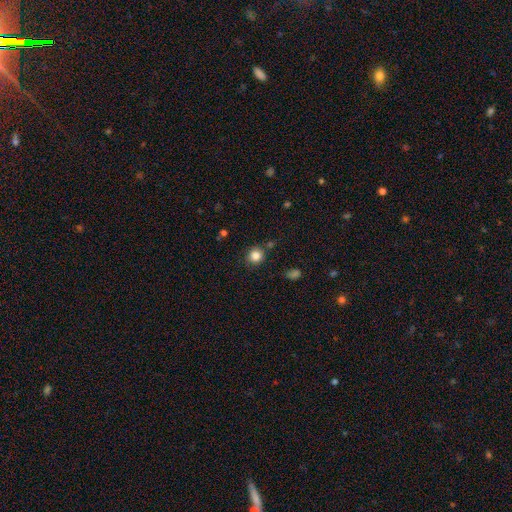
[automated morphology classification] smooth-or-featured: smooth: 84% | star or artifact: 11% | featured or disk: 5%
  how-rounded: round: 90% | in between: 9% | cigar-shaped: 1%
  merging: none: 85% | minor disturbance: 9% | merger: 4% | major disturbance: 3%